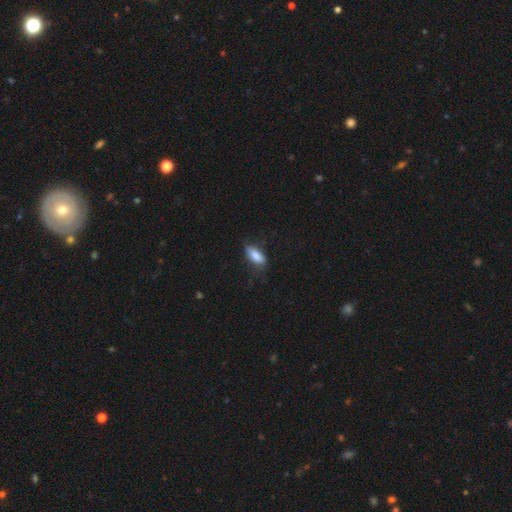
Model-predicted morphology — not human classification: Smooth or featured: smooth — 83% (featured or disk — 10%)
How rounded: in between — 82% (cigar-shaped — 15%)
Merging: none — 68% (minor disturbance — 24%)